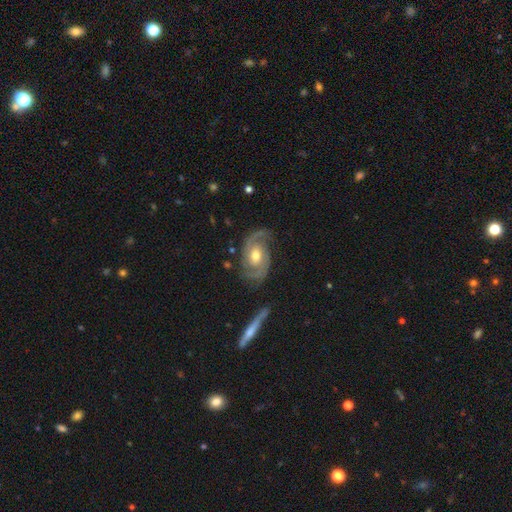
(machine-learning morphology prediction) Q: Smooth or featured?
A: featured or disk (91%); runner-up: smooth (5%)
Q: Edge-on disk?
A: no (97%); runner-up: yes (3%)
Q: Bar?
A: no (59%); runner-up: weak (31%)
Q: Spiral arms?
A: yes (98%); runner-up: no (2%)
Q: Spiral winding?
A: medium (48%); runner-up: tight (41%)
Q: Spiral arm count?
A: 2 (89%); runner-up: 3 (3%)
Q: Bulge size?
A: moderate (73%); runner-up: small (19%)
Q: Merging?
A: none (80%); runner-up: minor disturbance (14%)